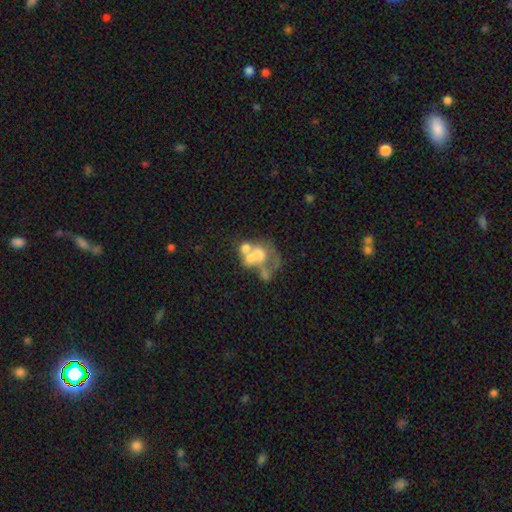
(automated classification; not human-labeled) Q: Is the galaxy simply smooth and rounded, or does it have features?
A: featured or disk — 51%.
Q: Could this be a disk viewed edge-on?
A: no — 98%.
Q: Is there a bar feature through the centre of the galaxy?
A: no — 94%.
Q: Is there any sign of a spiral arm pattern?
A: no — 96%.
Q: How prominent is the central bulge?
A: none — 52%.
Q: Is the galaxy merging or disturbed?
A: merger — 55%.